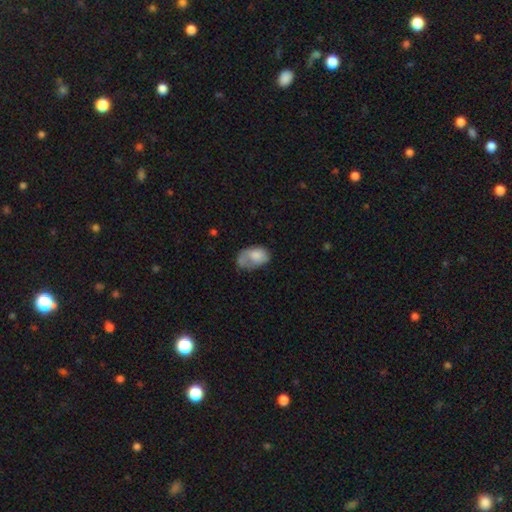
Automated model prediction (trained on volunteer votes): Q: Smooth or featured?
A: smooth (70%); runner-up: featured or disk (22%)
Q: How rounded?
A: in between (88%); runner-up: round (11%)
Q: Merging?
A: major disturbance (31%); runner-up: minor disturbance (30%)